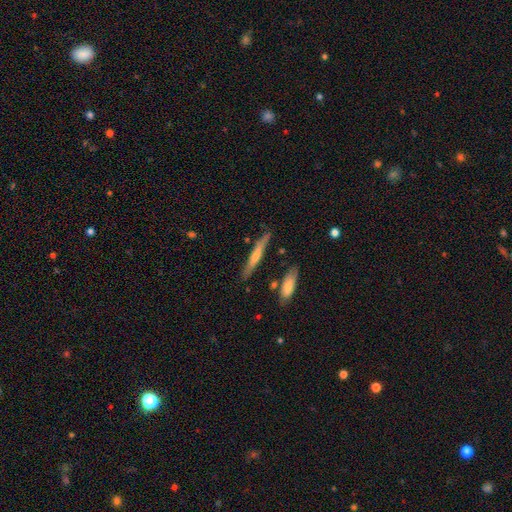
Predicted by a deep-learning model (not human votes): Q: Smooth or featured?
A: featured or disk (50%); runner-up: smooth (44%)
Q: Merging?
A: none (84%); runner-up: minor disturbance (10%)